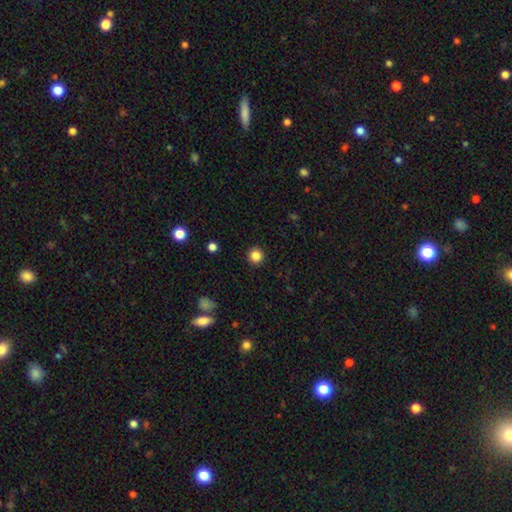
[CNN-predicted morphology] Smooth or featured?
  - smooth: 85% *
  - star or artifact: 11%
  - featured or disk: 4%
How rounded?
  - round: 94% *
  - in between: 5%
  - cigar-shaped: 1%
Merging?
  - none: 92% *
  - minor disturbance: 5%
  - major disturbance: 2%
  - merger: 1%